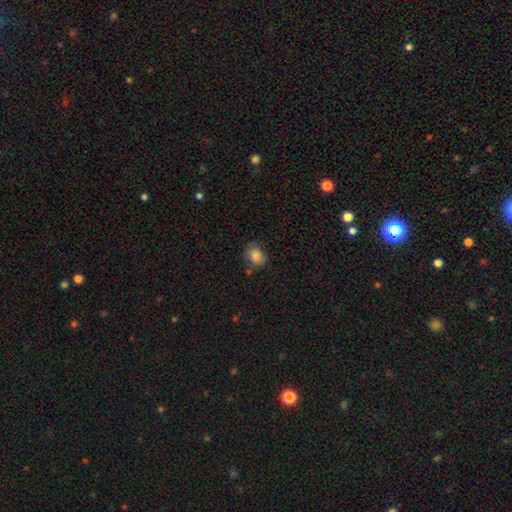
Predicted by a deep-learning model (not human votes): Smooth or featured: smooth — 82% (featured or disk — 9%)
How rounded: in between — 50% (round — 49%)
Merging: none — 66% (minor disturbance — 23%)